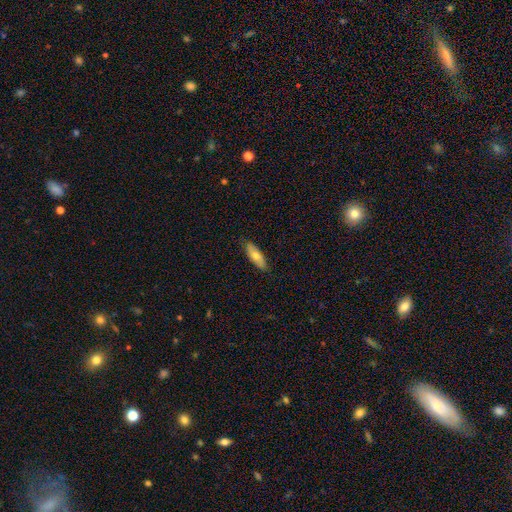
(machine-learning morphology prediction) smooth 66%, featured or disk 28%, star or artifact 6%. Down the decision tree: how rounded — in between (60%); merging — none (85%).